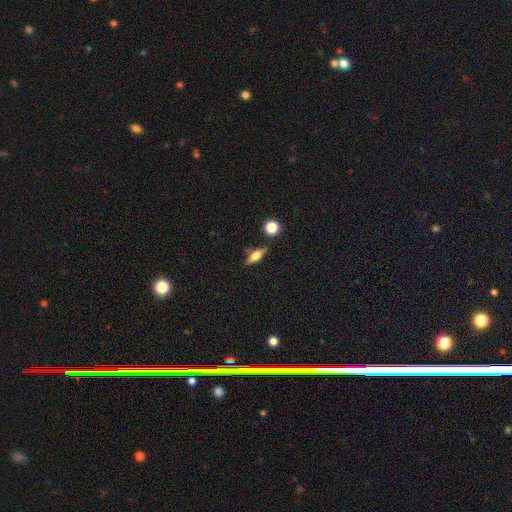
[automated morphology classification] smooth_or_featured: featured or disk (p=0.47) [alt: smooth p=0.43]
merging: none (p=0.79) [alt: minor disturbance p=0.13]